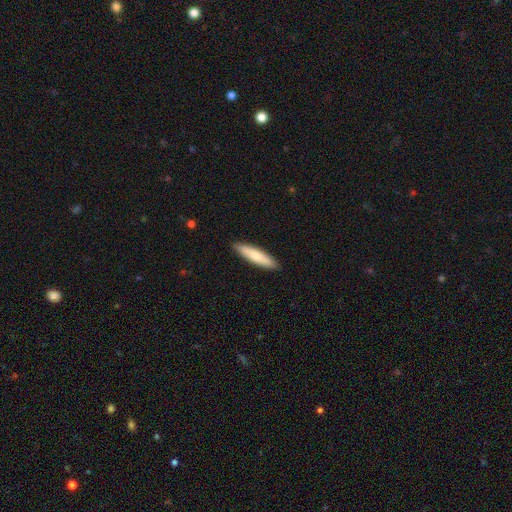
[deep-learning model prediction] A smooth galaxy with no disk features (72%) that is cigar-shaped (83%). Merging: none (90%).